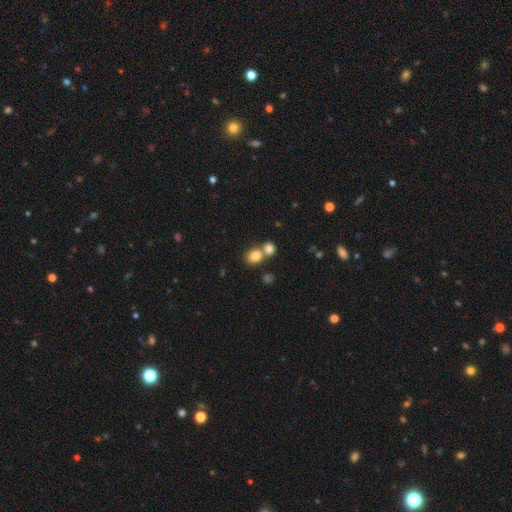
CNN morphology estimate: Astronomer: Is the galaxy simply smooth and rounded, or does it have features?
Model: smooth — 83%.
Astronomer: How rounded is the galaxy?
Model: round — 66%.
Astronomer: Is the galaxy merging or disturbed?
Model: none — 47% (runner-up: merger, 42%).